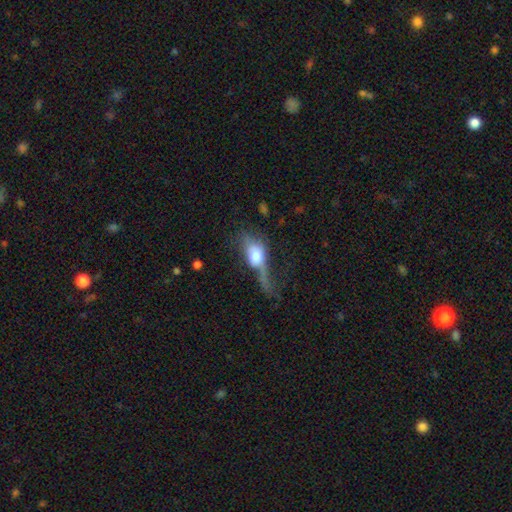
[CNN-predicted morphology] Overall: smooth (59%; featured or disk 31%). How rounded: in between (71%). Merging: major disturbance (54%; minor disturbance 20%).